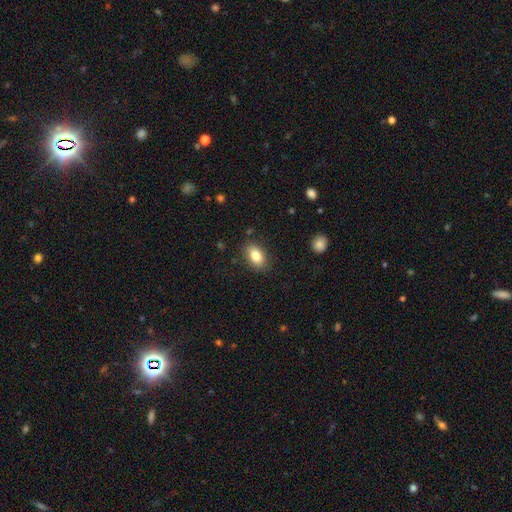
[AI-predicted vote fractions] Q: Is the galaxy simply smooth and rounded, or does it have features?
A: smooth — 82%.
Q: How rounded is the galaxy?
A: in between — 88%.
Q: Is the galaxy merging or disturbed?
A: none — 85%.